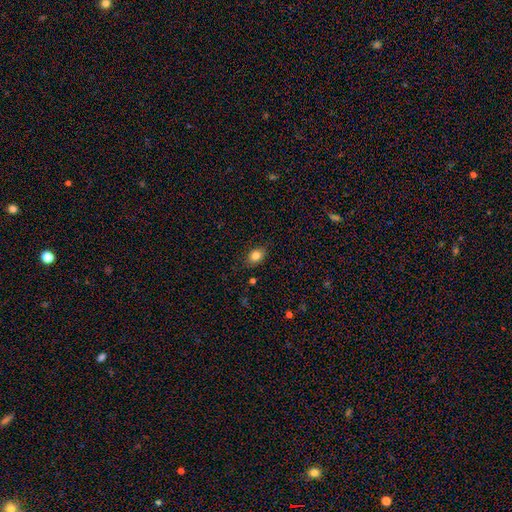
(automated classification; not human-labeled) Overall: smooth (82%). How rounded: in between (75%). Merging: none (83%).